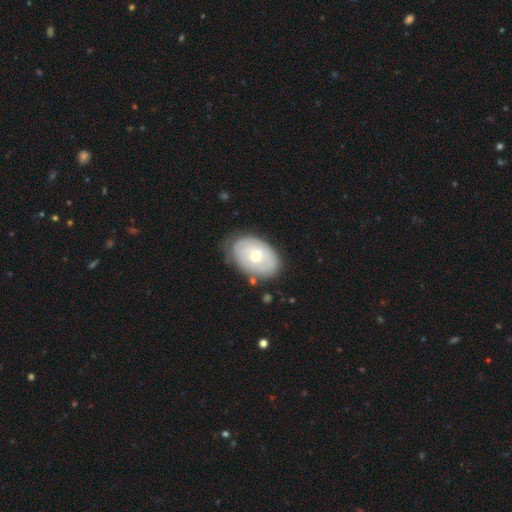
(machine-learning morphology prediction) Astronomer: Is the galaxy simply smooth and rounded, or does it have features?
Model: featured or disk — 51% (runner-up: smooth, 43%).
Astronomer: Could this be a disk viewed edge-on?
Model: no — 93%.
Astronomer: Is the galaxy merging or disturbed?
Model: none — 75%.